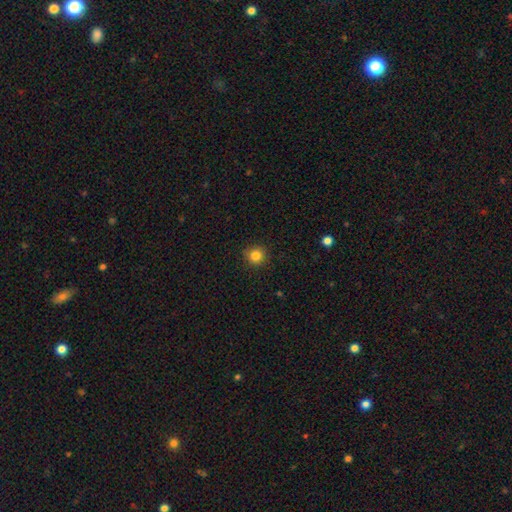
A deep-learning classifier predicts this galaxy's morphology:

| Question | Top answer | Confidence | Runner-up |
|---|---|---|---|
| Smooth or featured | smooth | 84% | star or artifact (12%) |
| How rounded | round | 93% | in between (6%) |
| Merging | none | 89% | minor disturbance (8%) |